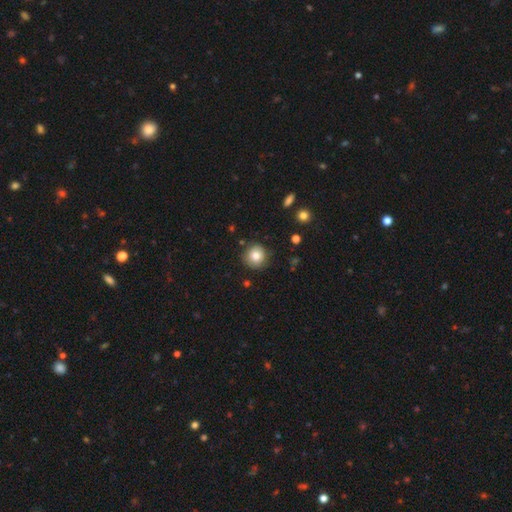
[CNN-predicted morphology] smooth 80%, star or artifact 10%, featured or disk 10%. Down the decision tree: how rounded — round (92%); merging — none (87%).